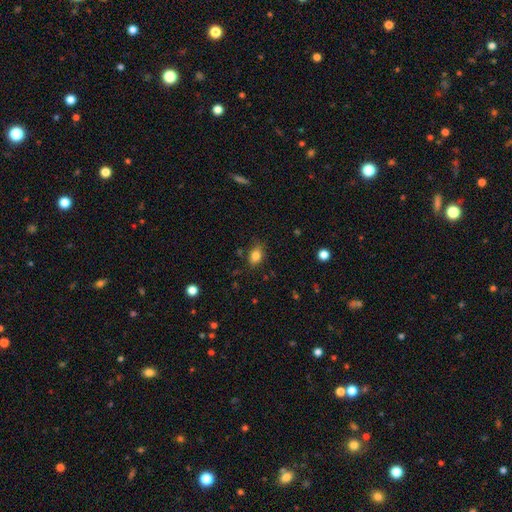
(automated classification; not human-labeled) The model was most divided on "how rounded": in between: 75%, round: 24%, cigar-shaped: 1%. More confident: smooth or featured — smooth (83%); merging — none (77%).